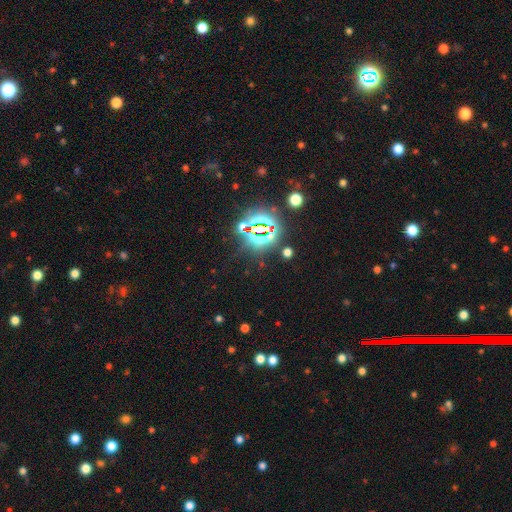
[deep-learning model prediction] smooth-or-featured: star or artifact: 83% | smooth: 9% | featured or disk: 7%